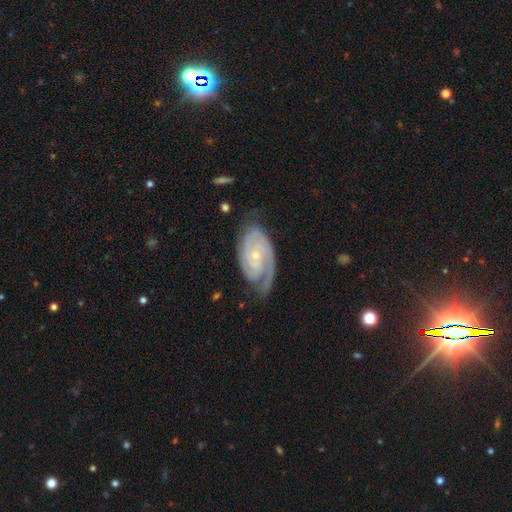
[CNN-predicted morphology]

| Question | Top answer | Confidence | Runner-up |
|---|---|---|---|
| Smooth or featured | featured or disk | 90% | smooth (6%) |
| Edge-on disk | no | 97% | yes (3%) |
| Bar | no | 65% | weak (27%) |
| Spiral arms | yes | 98% | no (2%) |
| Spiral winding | tight | 69% | medium (26%) |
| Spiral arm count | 2 | 65% | 3 (15%) |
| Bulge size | small | 74% | moderate (22%) |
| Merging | none | 71% | minor disturbance (20%) |